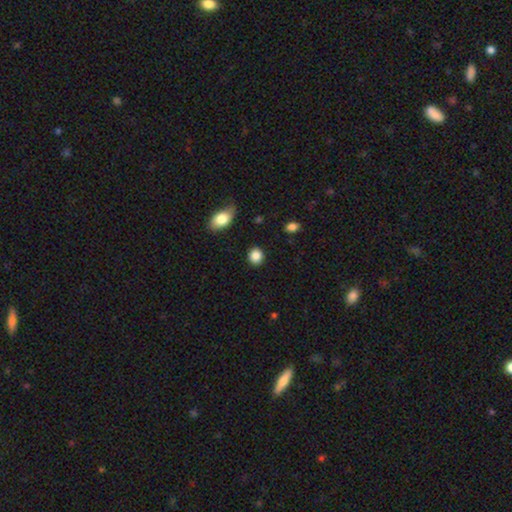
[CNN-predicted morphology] smooth-or-featured: smooth: 87% | star or artifact: 9% | featured or disk: 4%
  how-rounded: round: 79% | in between: 20% | cigar-shaped: 1%
  merging: none: 88% | minor disturbance: 7% | major disturbance: 2% | merger: 2%